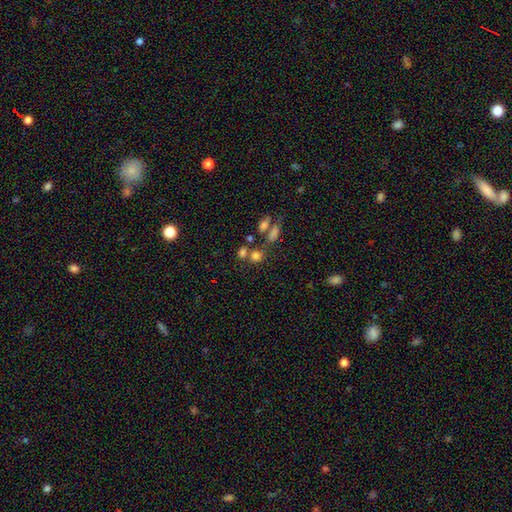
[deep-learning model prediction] This is likely a smooth galaxy (75%). How rounded: likely round (76%). Merging: possibly none (53%).